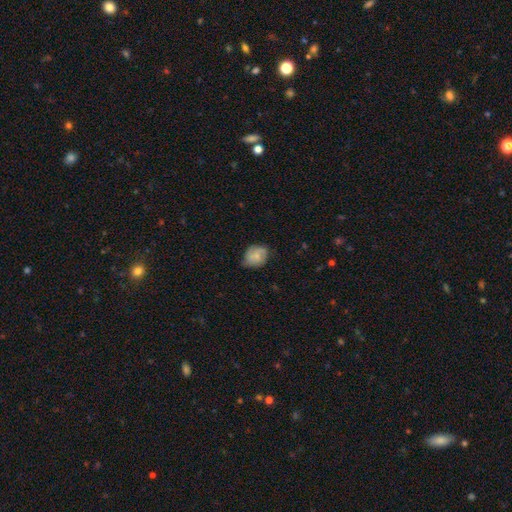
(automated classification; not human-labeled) smooth_or_featured: smooth (p=0.57) [alt: featured or disk p=0.35]
how_rounded: round (p=0.52) [alt: in between p=0.46]
merging: none (p=0.57) [alt: minor disturbance p=0.33]